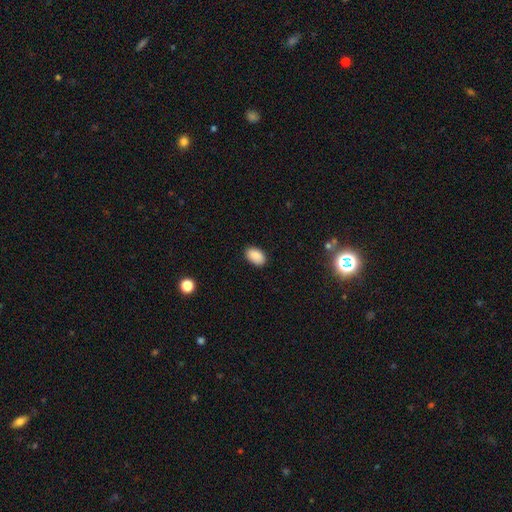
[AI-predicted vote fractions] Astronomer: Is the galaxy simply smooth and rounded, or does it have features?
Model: smooth — 89%.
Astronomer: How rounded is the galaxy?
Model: in between — 92%.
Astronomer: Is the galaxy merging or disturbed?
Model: none — 87%.